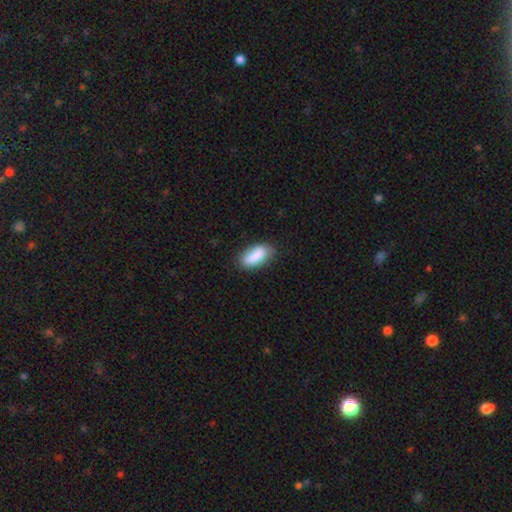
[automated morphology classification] A smooth galaxy with no disk features (84%) that is in between round and cigar-shaped (83%). Merging: none (75%).